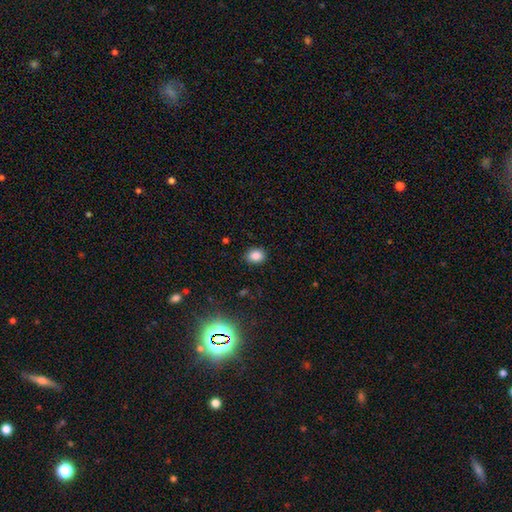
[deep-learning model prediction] The model was most divided on "how rounded": in between: 50%, round: 49%, cigar-shaped: 1%. More confident: merging — none (87%); smooth or featured — smooth (85%).